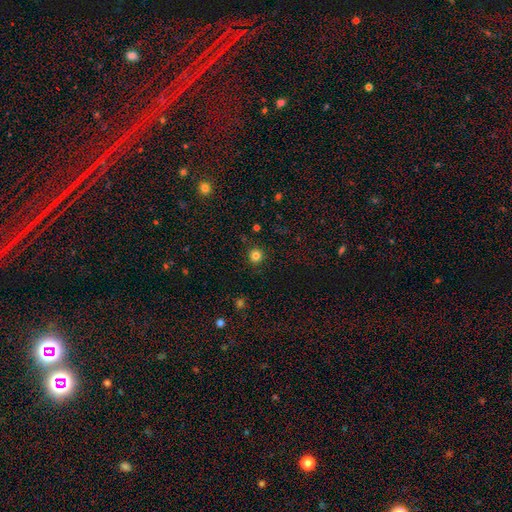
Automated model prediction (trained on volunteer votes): Smooth or featured?
  - smooth: 81% *
  - star or artifact: 14%
  - featured or disk: 5%
How rounded?
  - round: 95% *
  - in between: 4%
  - cigar-shaped: 1%
Merging?
  - none: 92% *
  - minor disturbance: 5%
  - major disturbance: 2%
  - merger: 1%